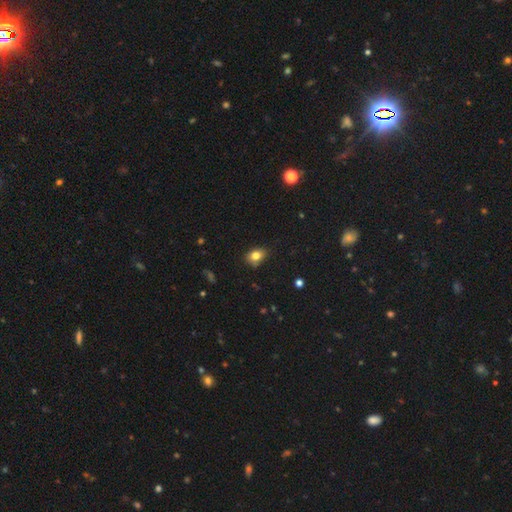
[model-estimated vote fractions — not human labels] This is clearly a smooth galaxy (80%). How rounded: likely in between (64%). Merging: likely none (71%).